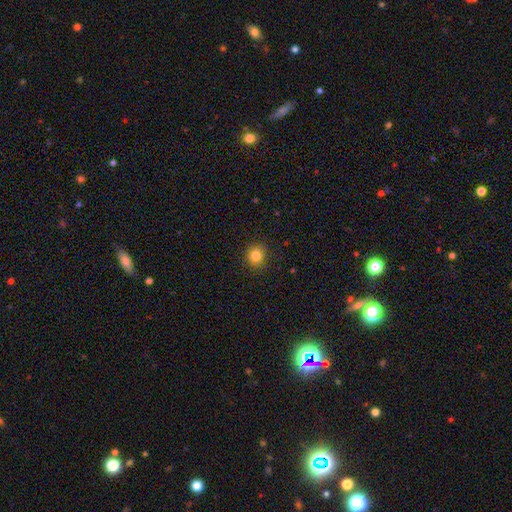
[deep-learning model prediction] Smooth or featured? Predicted: smooth (p=0.83). How rounded? Predicted: round (p=0.86). Merging? Predicted: none (p=0.91).